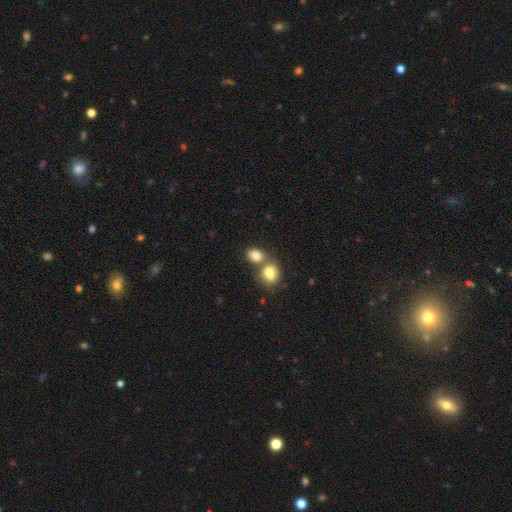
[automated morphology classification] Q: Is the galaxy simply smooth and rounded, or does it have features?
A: smooth — 80%.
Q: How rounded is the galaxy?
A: in between — 58%.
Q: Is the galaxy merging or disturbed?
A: merger — 51%.